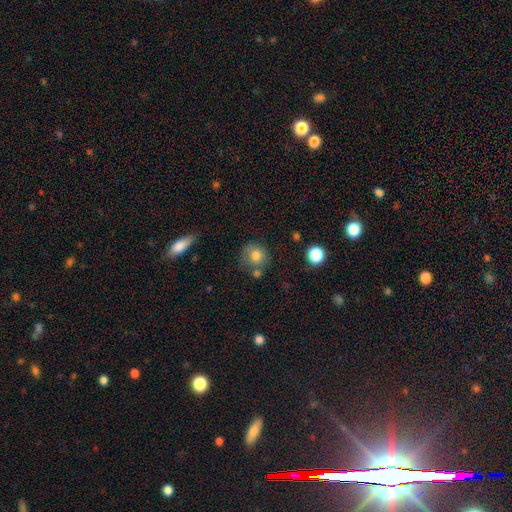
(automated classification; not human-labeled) smooth 76%, featured or disk 14%, star or artifact 10%. Down the decision tree: how rounded — round (85%); merging — none (60%).